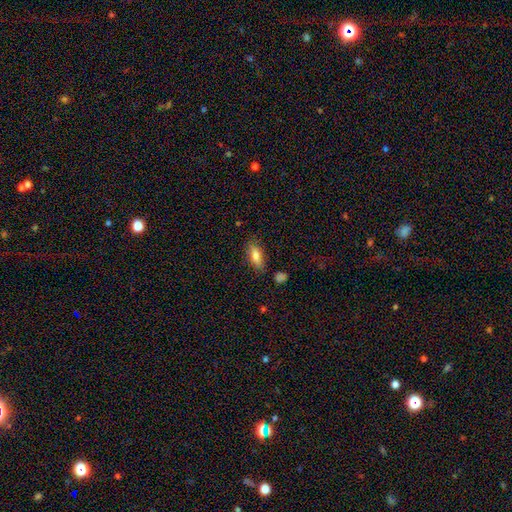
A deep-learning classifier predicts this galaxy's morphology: smooth-or-featured: smooth: 79% | featured or disk: 13% | star or artifact: 8%
  how-rounded: in between: 74% | cigar-shaped: 23% | round: 3%
  merging: none: 77% | minor disturbance: 16% | major disturbance: 4% | merger: 3%